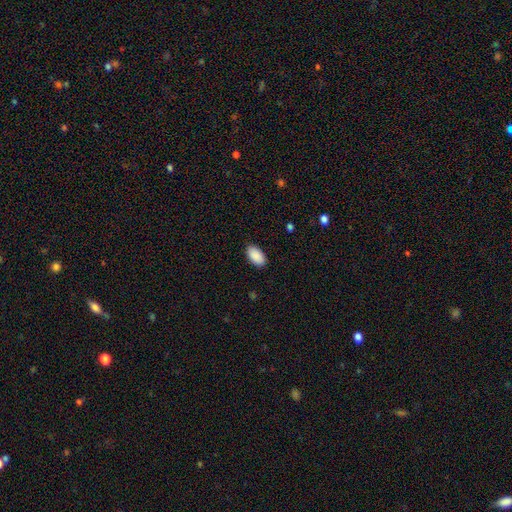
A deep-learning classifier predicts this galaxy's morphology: Smooth or featured? smooth (91%)
How rounded? in between (95%)
Merging? none (88%)